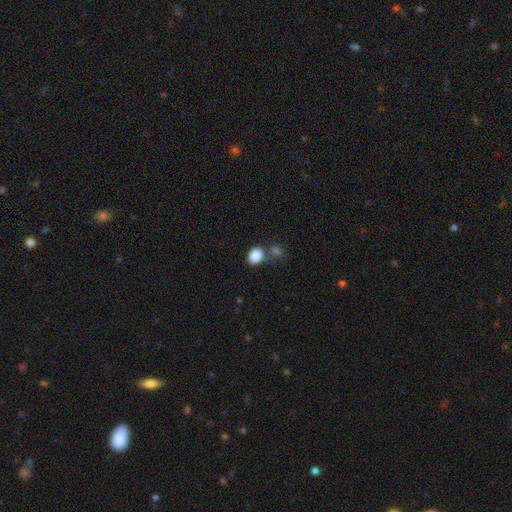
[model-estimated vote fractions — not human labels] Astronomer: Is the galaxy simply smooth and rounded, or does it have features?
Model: smooth — 87%.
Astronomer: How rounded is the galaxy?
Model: in between — 70%.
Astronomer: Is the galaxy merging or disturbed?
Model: none — 59%.